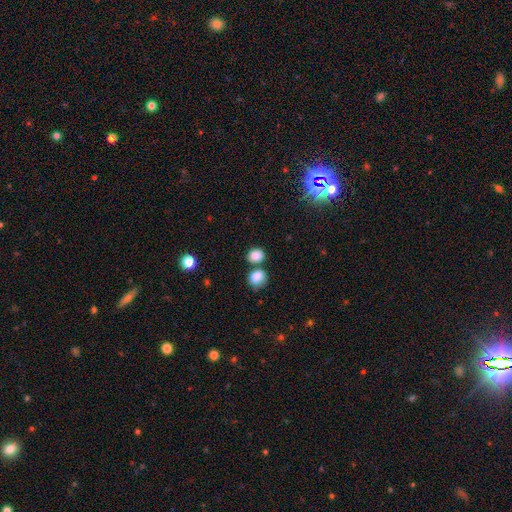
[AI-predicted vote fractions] Overall: smooth (84%). How rounded: round (68%; in between 31%). Merging: none (59%; merger 27%).